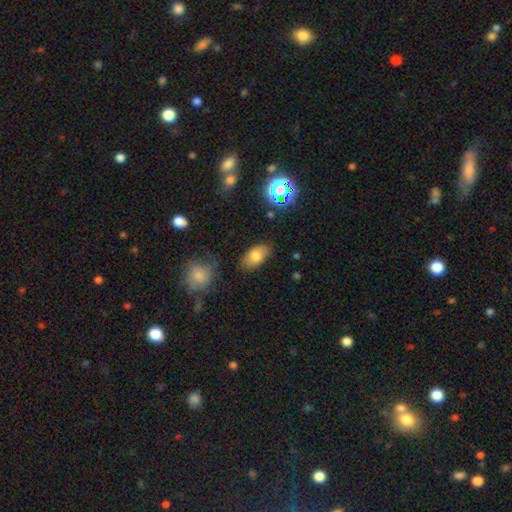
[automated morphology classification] smooth_or_featured: smooth (p=0.79) [alt: featured or disk p=0.11]
how_rounded: in between (p=0.90) [alt: round p=0.08]
merging: none (p=0.79) [alt: minor disturbance p=0.15]